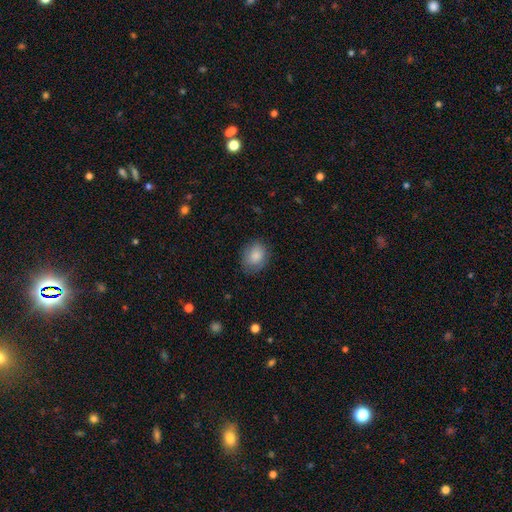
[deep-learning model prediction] The model was most divided on "how rounded": round: 51%, in between: 48%, cigar-shaped: 1%. More confident: smooth or featured — smooth (83%); merging — none (78%).